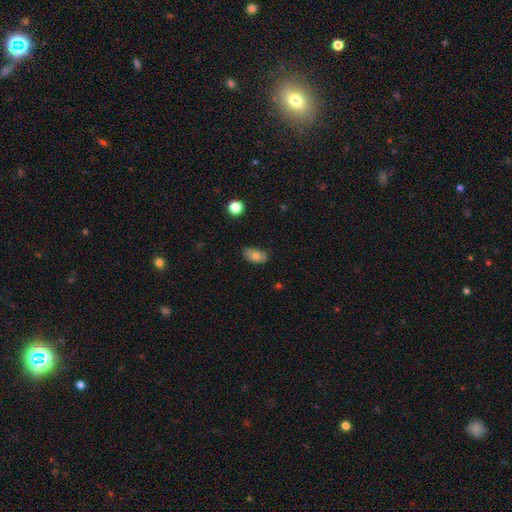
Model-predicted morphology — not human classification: Overall: smooth (74%). How rounded: in between (89%). Merging: none (65%; minor disturbance 28%).